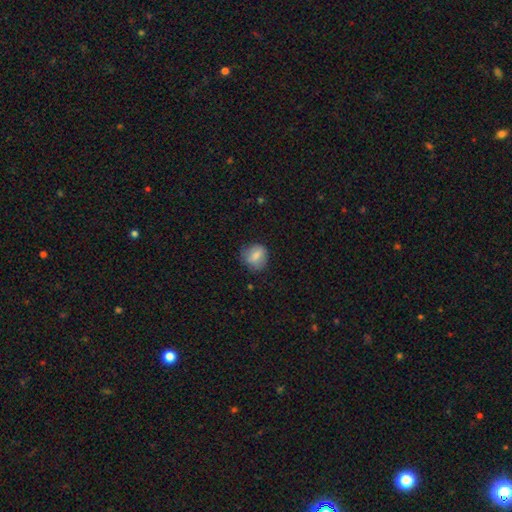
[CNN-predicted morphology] A smooth galaxy with no disk features (77%) that is round (66%).

Vote fractions:
- Smooth or featured? smooth: 77% / featured or disk: 14% / star or artifact: 8%
- How rounded? round: 66% / in between: 32% / cigar-shaped: 1%
- Merging? none: 69% / minor disturbance: 23% / major disturbance: 7% / merger: 1%